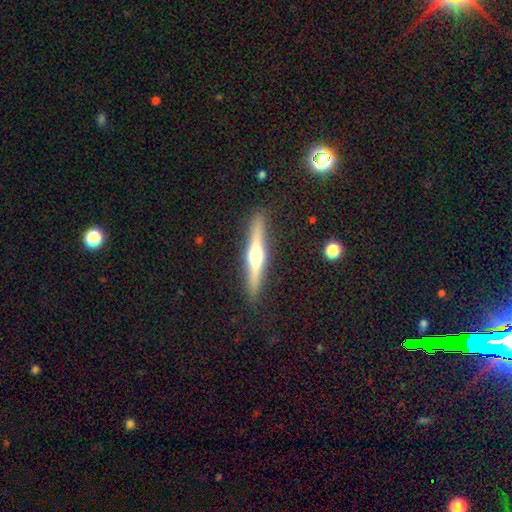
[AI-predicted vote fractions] Smooth or featured? Predicted: featured or disk (p=0.67). Edge-on disk? Predicted: yes (p=0.97). Edge-on bulge? Predicted: rounded (p=0.93). Merging? Predicted: none (p=0.90).